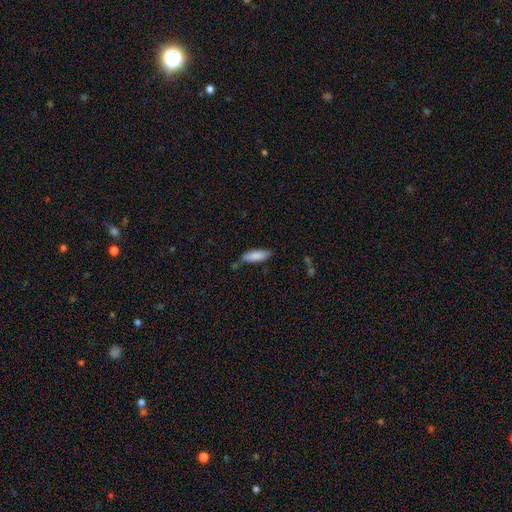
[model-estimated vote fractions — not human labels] This appears to be a smooth galaxy with no disk features (85%) that is in between round and cigar-shaped (54%). Merging: none (70%).